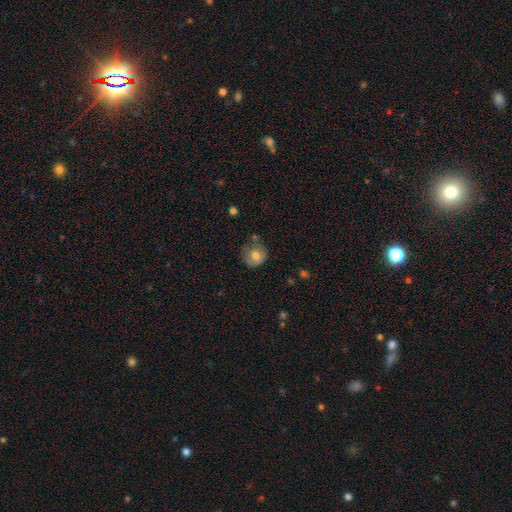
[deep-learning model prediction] The model was most divided on "merging": none: 58%, minor disturbance: 27%, major disturbance: 9%, merger: 5%. More confident: how rounded — round (85%); smooth or featured — smooth (71%).